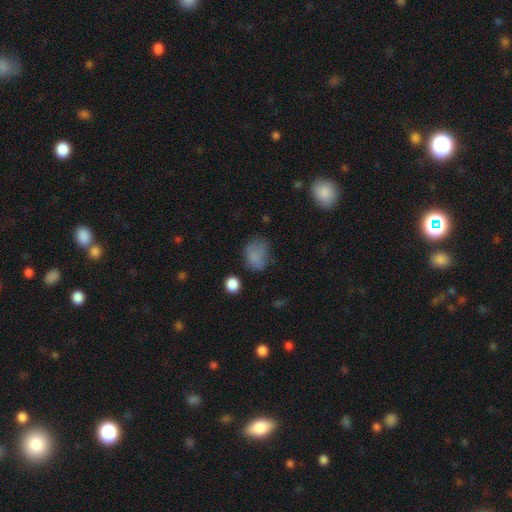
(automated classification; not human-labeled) The model was most divided on "how rounded": in between: 56%, round: 43%, cigar-shaped: 1%. Remaining: smooth or featured — smooth (76%); merging — none (50%).